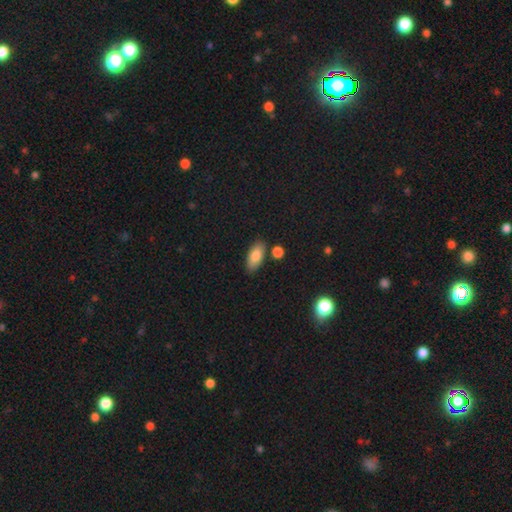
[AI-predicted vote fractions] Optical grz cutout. It shows a smooth galaxy with no disk features (82%) that is in between round and cigar-shaped (88%). Merging: none (80%).